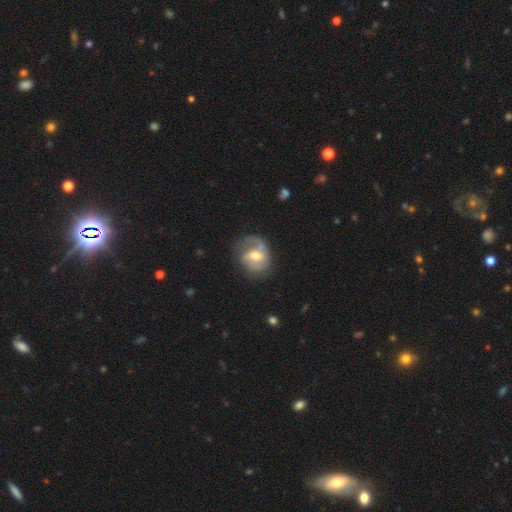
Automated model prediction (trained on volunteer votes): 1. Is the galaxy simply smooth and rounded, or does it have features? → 68% featured or disk, 26% smooth, 6% star or artifact.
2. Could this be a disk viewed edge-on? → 97% no, 3% yes.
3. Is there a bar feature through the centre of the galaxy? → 48% weak, 35% no, 17% strong.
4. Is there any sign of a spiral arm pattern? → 81% yes, 19% no.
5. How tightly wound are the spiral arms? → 44% medium, 30% loose, 26% tight.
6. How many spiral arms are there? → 51% 2, 31% 1, 13% can't tell, 2% 3, 1% 4, 1% more than 4.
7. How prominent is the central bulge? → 66% moderate, 27% small, 5% large, 1% none, 1% dominant.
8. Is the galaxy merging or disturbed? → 50% none, 26% minor disturbance, 19% major disturbance, 5% merger.